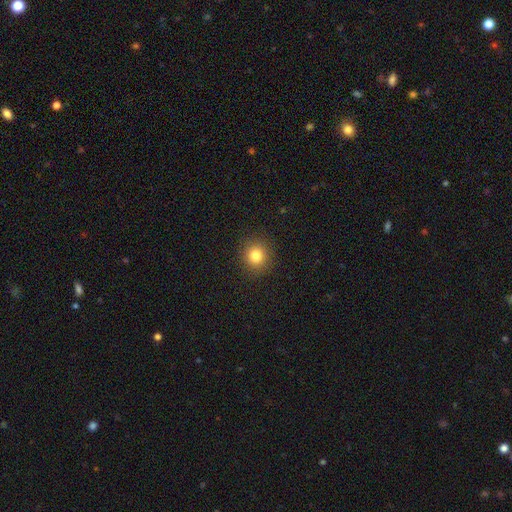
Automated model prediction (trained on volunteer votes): Q: Smooth or featured?
A: smooth (82%); runner-up: star or artifact (12%)
Q: How rounded?
A: round (91%); runner-up: in between (9%)
Q: Merging?
A: none (91%); runner-up: minor disturbance (6%)